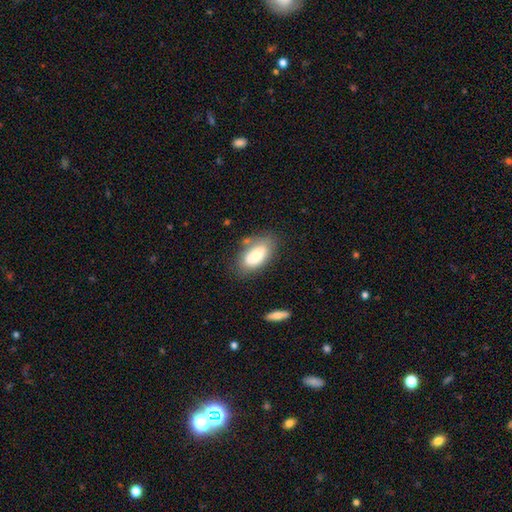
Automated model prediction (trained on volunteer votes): A smooth galaxy with no disk features (73%) that is in between round and cigar-shaped (91%).

Vote fractions:
- Smooth or featured? smooth: 73% / featured or disk: 20% / star or artifact: 8%
- How rounded? in between: 91% / cigar-shaped: 6% / round: 4%
- Merging? none: 63% / minor disturbance: 22% / merger: 8% / major disturbance: 7%